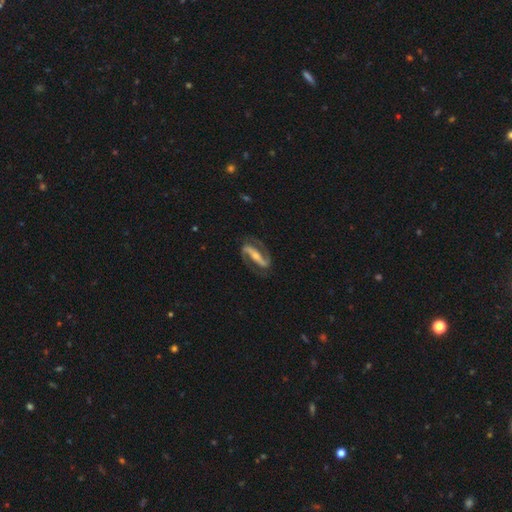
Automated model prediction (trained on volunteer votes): This is clearly a featured or disk galaxy (90%). It is clearly not viewed edge-on (93%). Bar: likely strong (73%). Spiral arm pattern: clearly yes (97%). Spiral arm count: clearly 2 (93%). Spiral winding: possibly medium (50%). Central bulge: possibly small (52%). Merging: clearly none (81%).